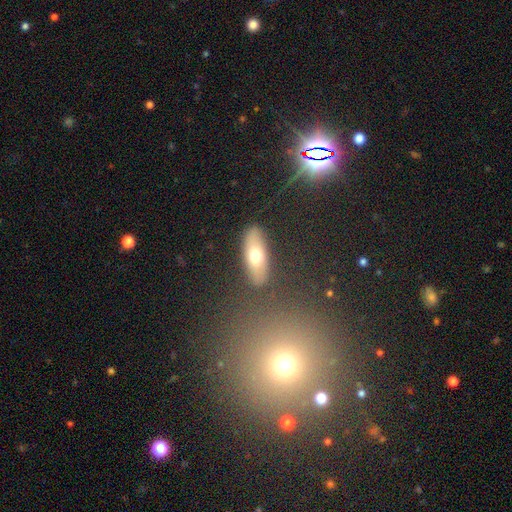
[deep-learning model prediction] Smooth or featured: smooth — 64% (featured or disk — 29%)
How rounded: in between — 70% (cigar-shaped — 25%)
Merging: none — 84% (minor disturbance — 10%)